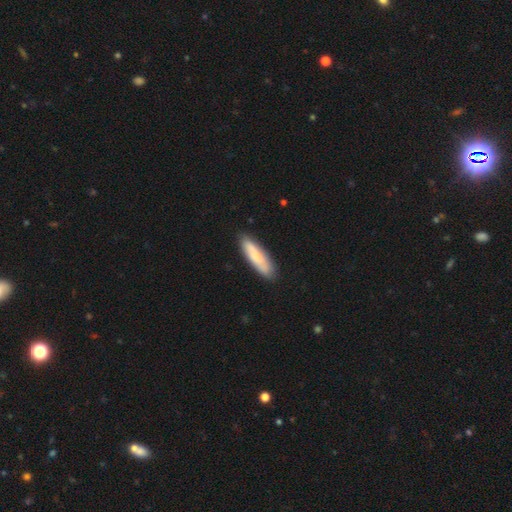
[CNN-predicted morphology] type=smooth (73%); roundness=cigar-shaped (65%); merging=none (85%).